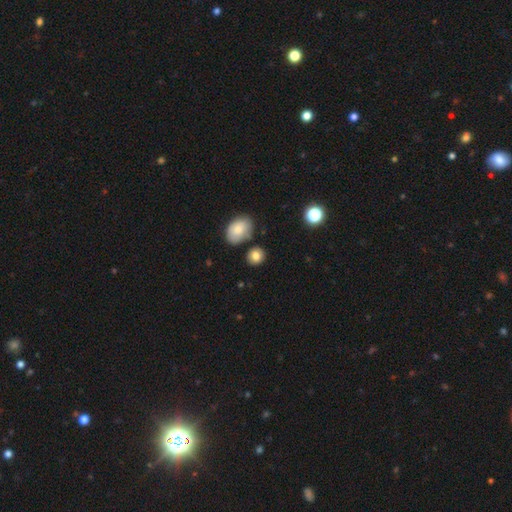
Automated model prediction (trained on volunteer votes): This is clearly a smooth galaxy (84%). How rounded: likely round (70%). Merging: likely none (78%).